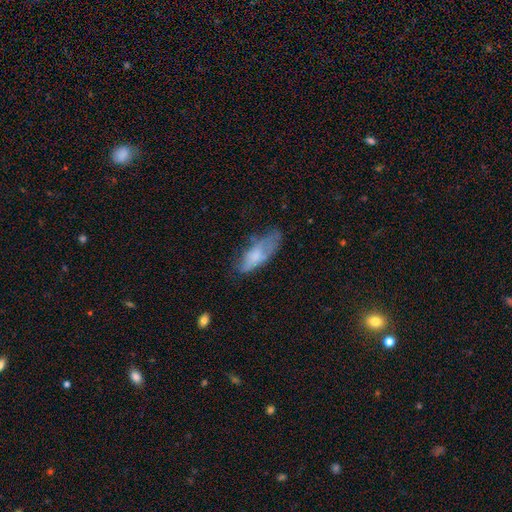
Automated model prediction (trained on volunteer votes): smooth_or_featured: smooth (p=0.63) [alt: featured or disk p=0.29]
how_rounded: in between (p=0.73) [alt: cigar-shaped p=0.25]
merging: none (p=0.39) [alt: minor disturbance p=0.35]